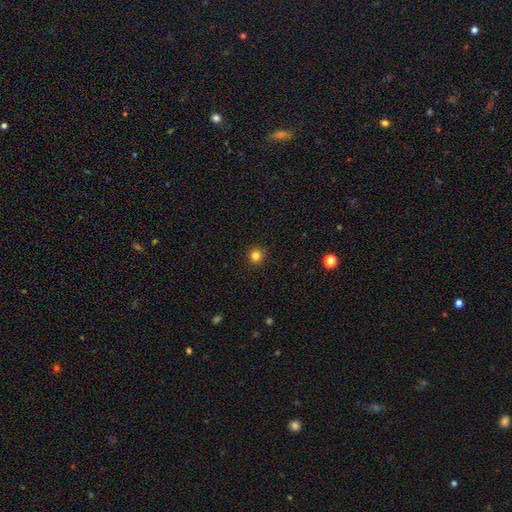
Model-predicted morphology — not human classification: The model was most divided on "smooth or featured": smooth: 82%, star or artifact: 13%, featured or disk: 5%. More confident: how rounded — round (91%); merging — none (89%).